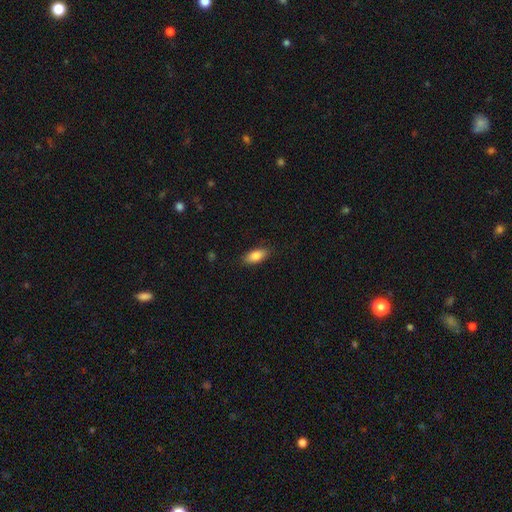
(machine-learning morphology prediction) smooth_or_featured: smooth (p=0.85) [alt: featured or disk p=0.08]
how_rounded: in between (p=0.87) [alt: cigar-shaped p=0.10]
merging: none (p=0.86) [alt: minor disturbance p=0.10]